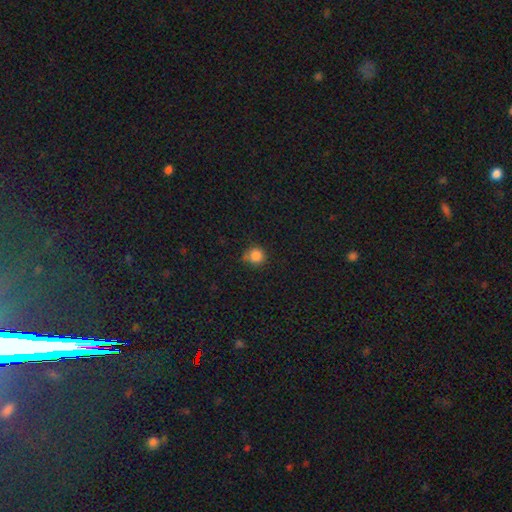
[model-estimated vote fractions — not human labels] Q: Smooth or featured?
A: smooth (84%); runner-up: star or artifact (11%)
Q: How rounded?
A: round (88%); runner-up: in between (11%)
Q: Merging?
A: none (69%); runner-up: minor disturbance (25%)